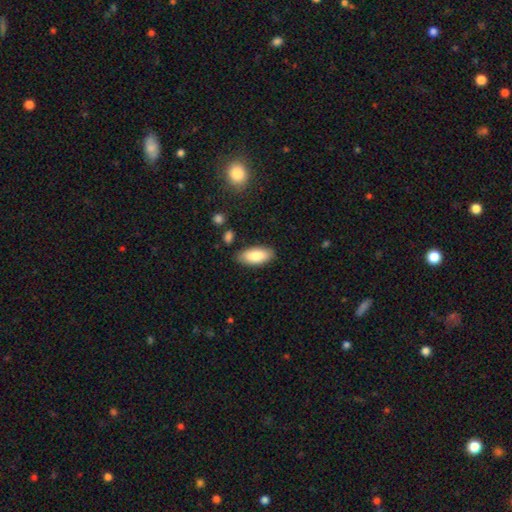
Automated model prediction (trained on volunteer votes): smooth_or_featured: smooth (p=0.84) [alt: featured or disk p=0.10]
how_rounded: in between (p=0.88) [alt: cigar-shaped p=0.10]
merging: none (p=0.84) [alt: minor disturbance p=0.12]